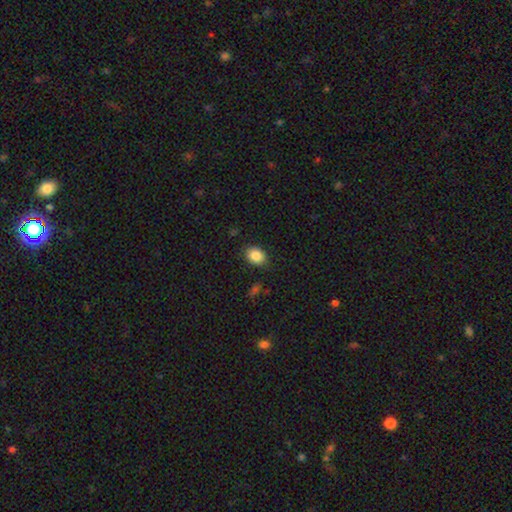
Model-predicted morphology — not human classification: The model was most divided on "how rounded": in between: 67%, round: 32%, cigar-shaped: 1%. More confident: smooth or featured — smooth (86%); merging — none (85%).